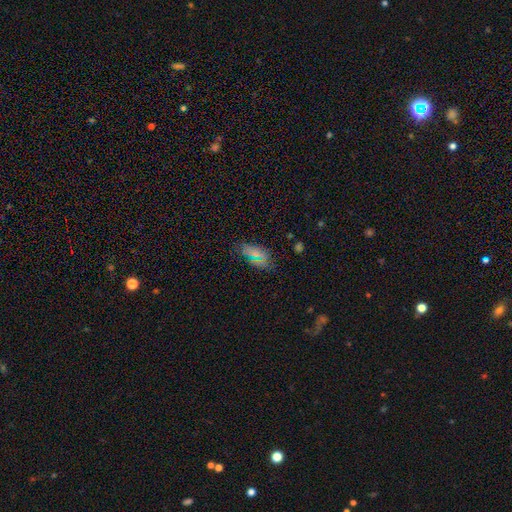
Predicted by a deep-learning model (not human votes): Q: Smooth or featured?
A: smooth (66%); runner-up: star or artifact (22%)
Q: How rounded?
A: in between (89%); runner-up: cigar-shaped (6%)
Q: Merging?
A: none (79%); runner-up: minor disturbance (15%)